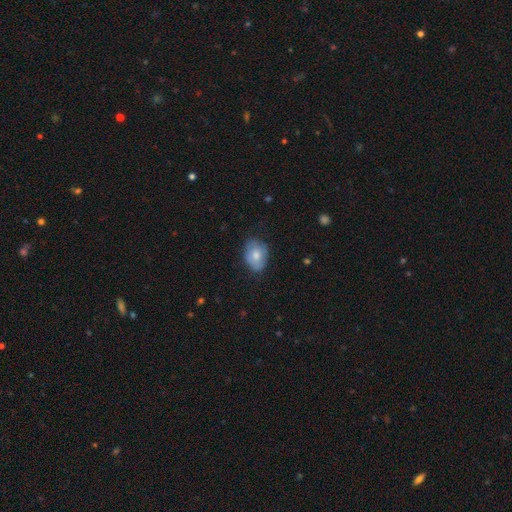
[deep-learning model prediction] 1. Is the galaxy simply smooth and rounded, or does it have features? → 72% smooth, 21% featured or disk, 7% star or artifact.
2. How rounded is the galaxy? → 72% in between, 27% round, 1% cigar-shaped.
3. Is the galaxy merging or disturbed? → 69% none, 24% minor disturbance, 5% major disturbance, 1% merger.